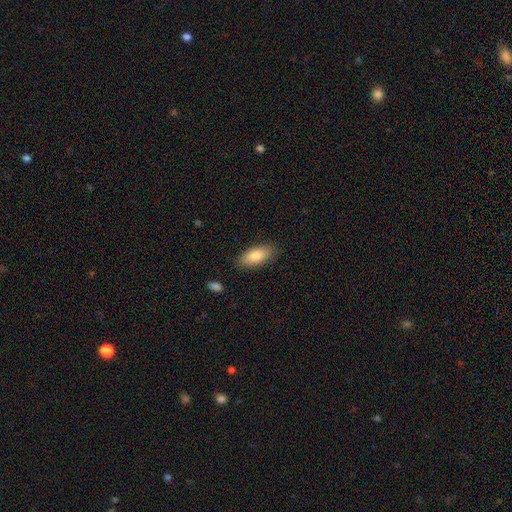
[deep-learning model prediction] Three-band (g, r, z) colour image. It shows a smooth galaxy with no disk features (80%) that is in between round and cigar-shaped (85%). Merging: none (85%).